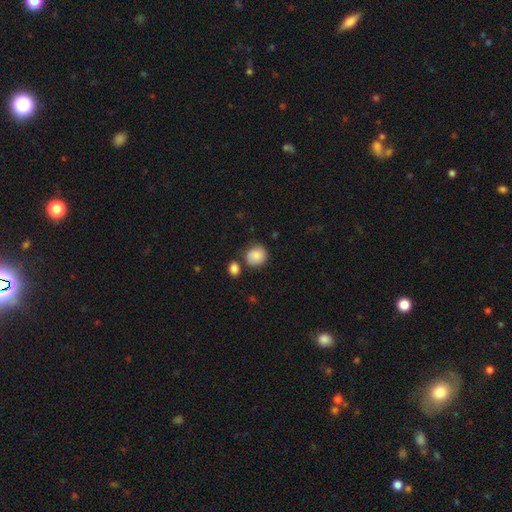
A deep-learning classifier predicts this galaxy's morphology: type=smooth (86%); roundness=round (80%); merging=none (69%).